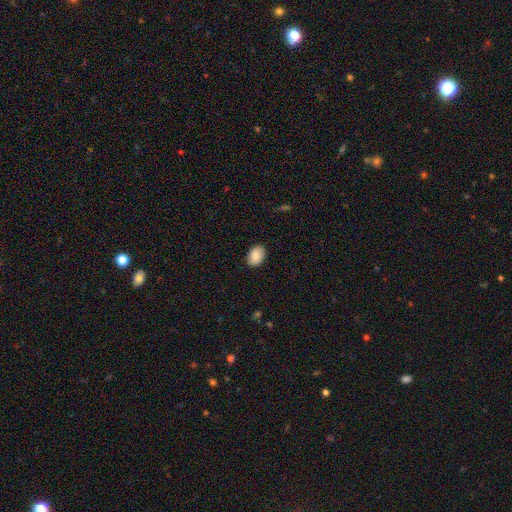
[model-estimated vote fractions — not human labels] This is clearly a smooth galaxy (86%). How rounded: clearly in between (84%). Merging: clearly none (88%).